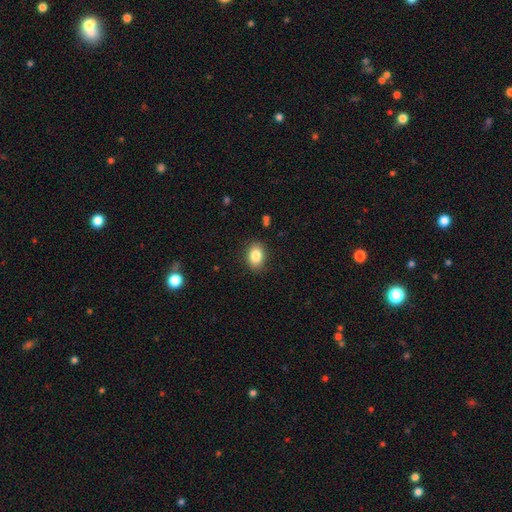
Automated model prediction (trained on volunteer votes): Smooth or featured?
  - smooth: 84% *
  - star or artifact: 9%
  - featured or disk: 7%
How rounded?
  - in between: 74% *
  - round: 24%
  - cigar-shaped: 1%
Merging?
  - none: 87% *
  - minor disturbance: 9%
  - major disturbance: 2%
  - merger: 1%